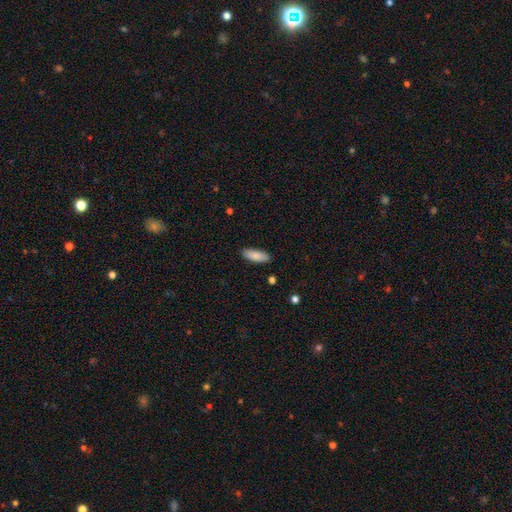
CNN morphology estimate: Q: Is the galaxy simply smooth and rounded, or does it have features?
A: smooth — 87%.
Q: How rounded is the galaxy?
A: in between — 71%.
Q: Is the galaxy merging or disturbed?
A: none — 88%.